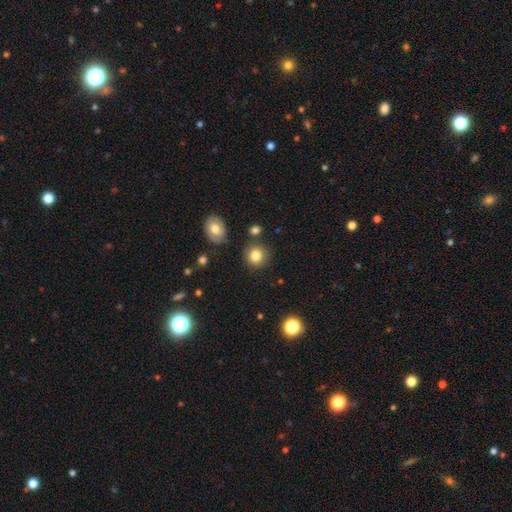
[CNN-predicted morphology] type=smooth (83%); roundness=round (88%); merging=none (84%).